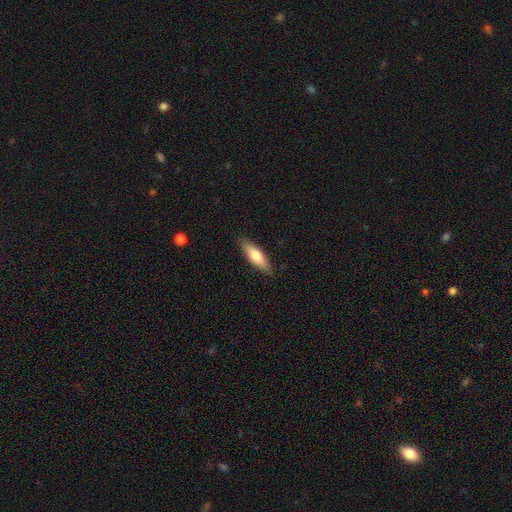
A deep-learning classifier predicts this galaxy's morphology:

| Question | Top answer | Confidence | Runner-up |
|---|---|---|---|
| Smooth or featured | smooth | 66% | featured or disk (29%) |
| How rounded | cigar-shaped | 53% | in between (45%) |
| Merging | none | 87% | minor disturbance (10%) |